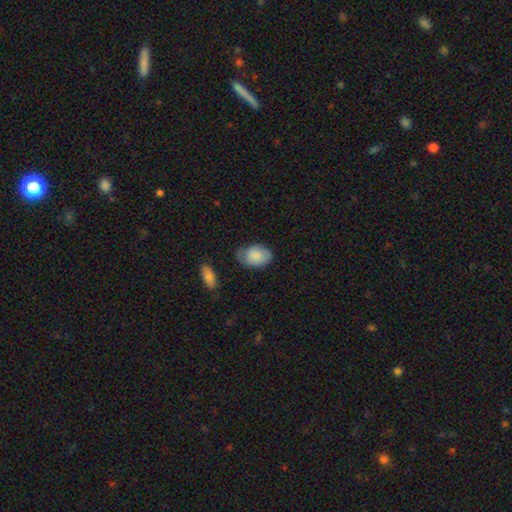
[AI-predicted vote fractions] A smooth galaxy with no disk features (82%) that is in between round and cigar-shaped (82%). Merging: none (58%).